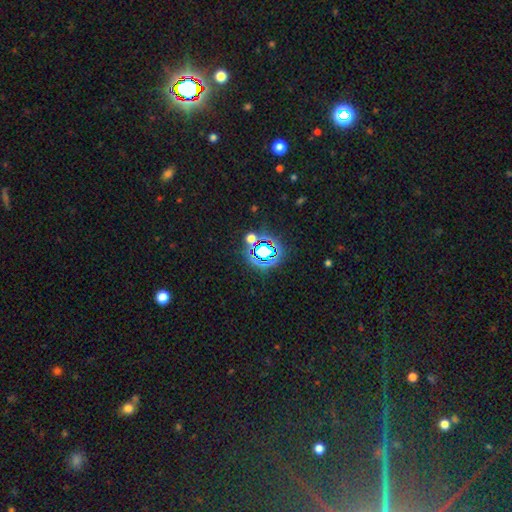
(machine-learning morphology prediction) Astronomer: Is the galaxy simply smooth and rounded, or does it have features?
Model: star or artifact — 79%.